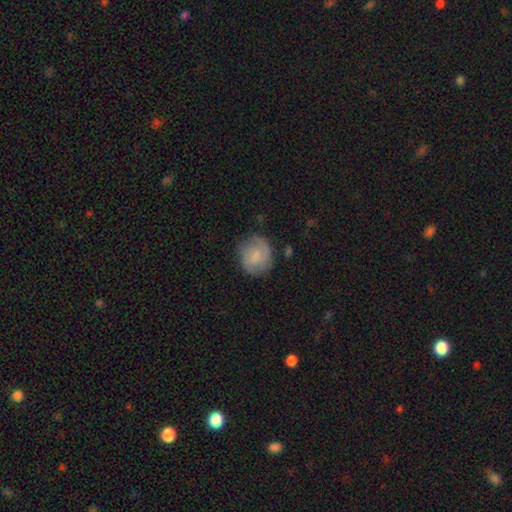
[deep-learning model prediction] This appears to be a smooth galaxy with no disk features (65%) that is round (76%). Merging: none (64%).